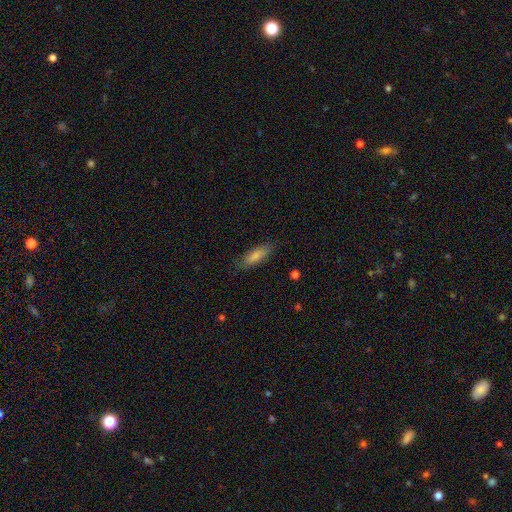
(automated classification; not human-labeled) smooth-or-featured: smooth: 80% | featured or disk: 13% | star or artifact: 6%
  how-rounded: in between: 59% | cigar-shaped: 39% | round: 2%
  merging: none: 81% | minor disturbance: 14% | major disturbance: 3% | merger: 1%